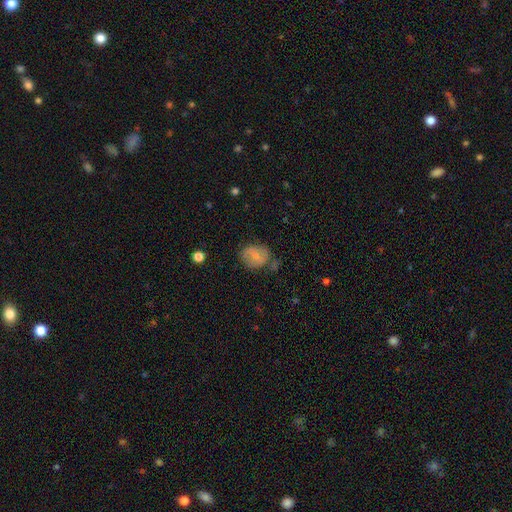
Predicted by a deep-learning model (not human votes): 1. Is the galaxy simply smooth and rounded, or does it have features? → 56% smooth, 36% featured or disk, 8% star or artifact.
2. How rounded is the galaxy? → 58% round, 41% in between, 1% cigar-shaped.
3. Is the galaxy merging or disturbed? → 63% none, 24% minor disturbance, 9% major disturbance, 4% merger.